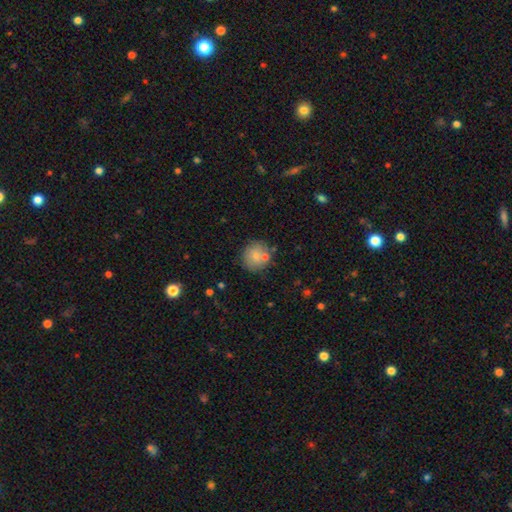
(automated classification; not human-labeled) A smooth galaxy with no disk features (75%) that is round (91%). Merging: none (72%).